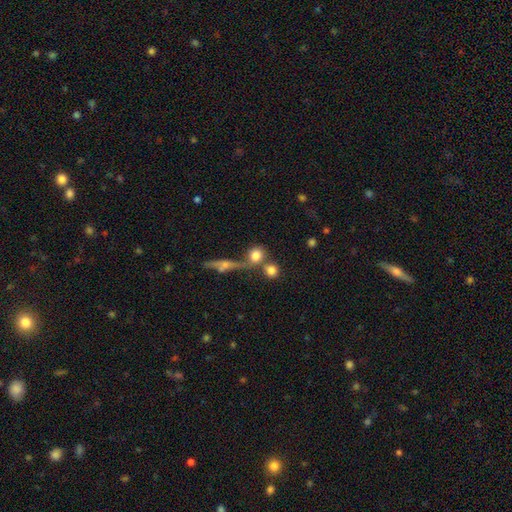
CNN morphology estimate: A smooth galaxy with no disk features (75%) that is round (81%). Merging: none (53%).